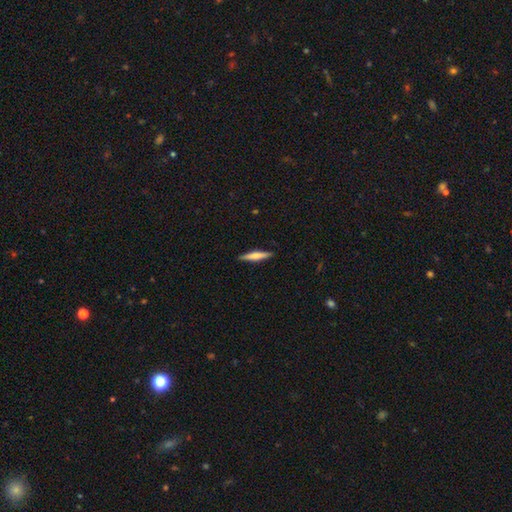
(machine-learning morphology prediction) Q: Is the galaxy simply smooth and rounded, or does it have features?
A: smooth — 58%.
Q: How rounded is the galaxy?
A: cigar-shaped — 90%.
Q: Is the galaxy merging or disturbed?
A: none — 90%.